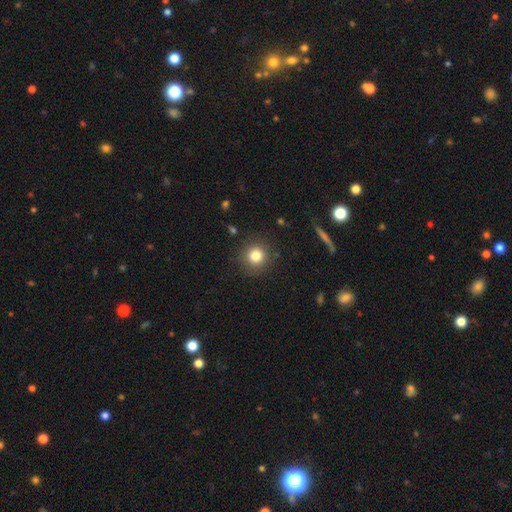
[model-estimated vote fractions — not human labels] The model was most divided on "smooth or featured": smooth: 81%, star or artifact: 12%, featured or disk: 7%. More confident: how rounded — round (93%); merging — none (89%).